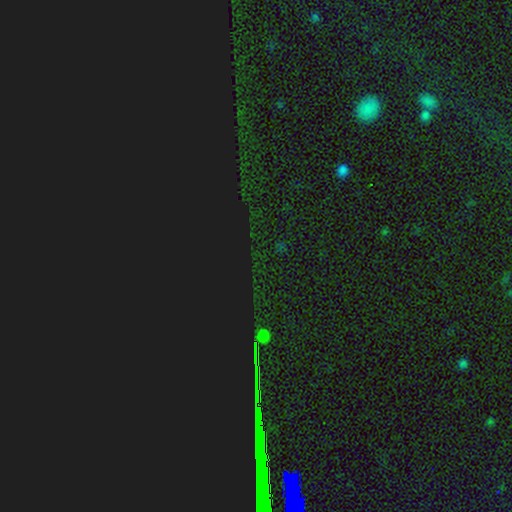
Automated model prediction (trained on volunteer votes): Smooth or featured: star or artifact — 85% (smooth — 9%)